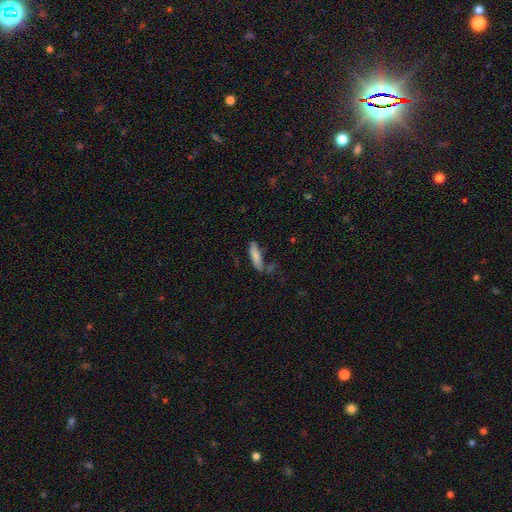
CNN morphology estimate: This is likely a smooth galaxy (79%). How rounded: likely cigar-shaped (69%). Merging: likely none (64%).